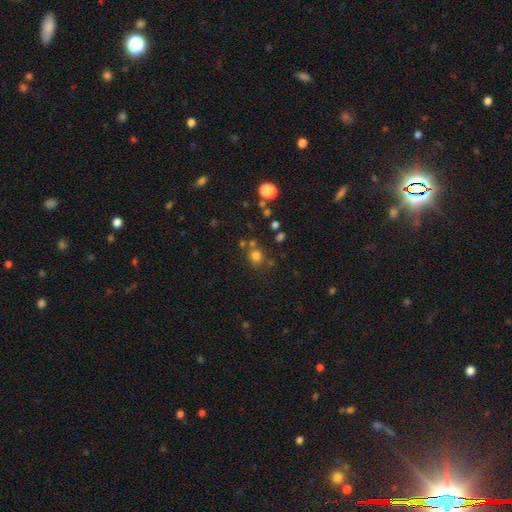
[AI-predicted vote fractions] Smooth or featured? Predicted: smooth (p=0.73). How rounded? Predicted: round (p=0.82). Merging? Predicted: none (p=0.67).